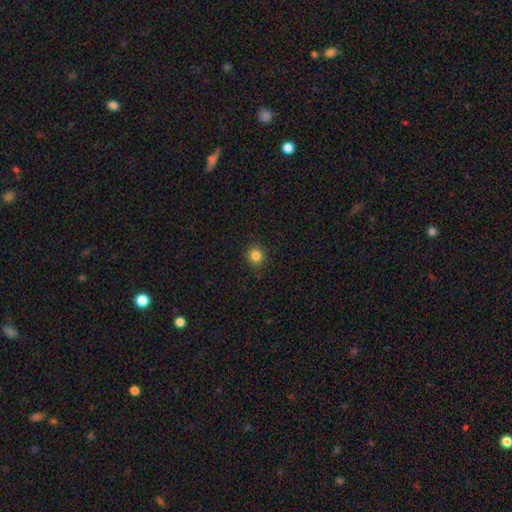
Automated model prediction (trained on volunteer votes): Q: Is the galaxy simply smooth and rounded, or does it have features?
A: smooth — 84%.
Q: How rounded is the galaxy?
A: round — 91%.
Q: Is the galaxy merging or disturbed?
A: none — 90%.